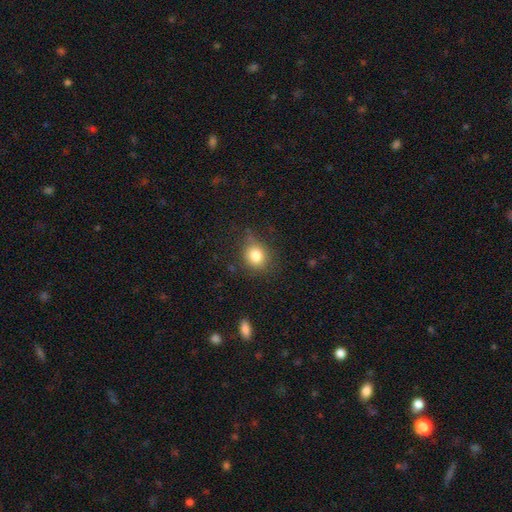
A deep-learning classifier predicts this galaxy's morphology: Smooth or featured? Predicted: smooth (p=0.81). How rounded? Predicted: round (p=0.75). Merging? Predicted: none (p=0.77).